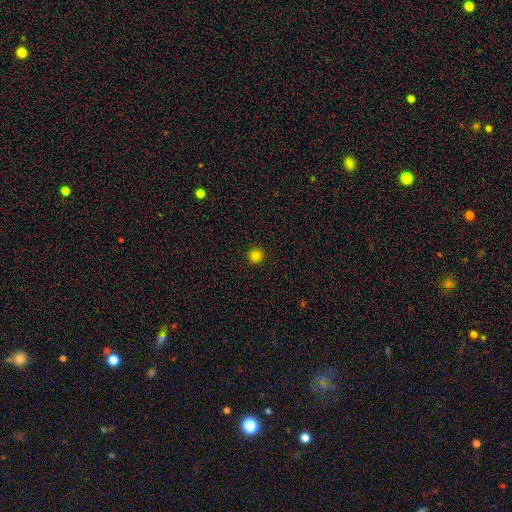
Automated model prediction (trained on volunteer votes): A smooth galaxy with no disk features (83%) that is round (96%). Merging: none (93%).